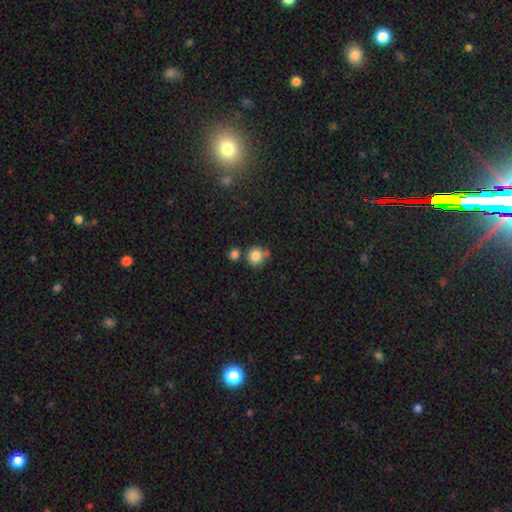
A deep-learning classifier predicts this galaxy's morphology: The model was most divided on "merging": none: 62%, merger: 20%, minor disturbance: 15%, major disturbance: 4%. More confident: how rounded — round (88%); smooth or featured — smooth (83%).